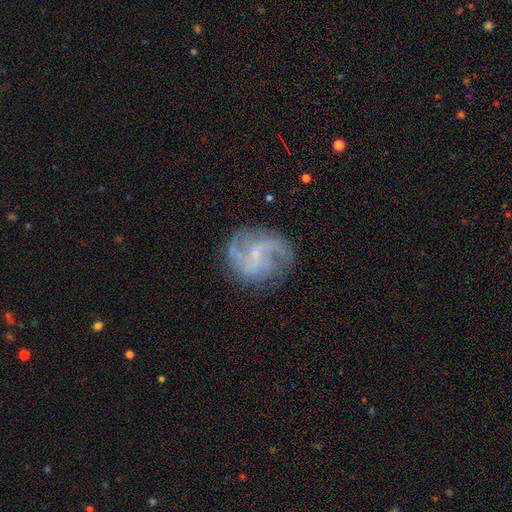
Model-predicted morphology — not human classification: A featured or disk galaxy (79%) with a weak bar (50%), 2 (57%) loose (45%) spiral arms (92%) and a small central bulge (52%).

Vote fractions:
- Smooth or featured? featured or disk: 79% / smooth: 13% / star or artifact: 8%
- Edge-on disk? no: 98% / yes: 2%
- Bar? weak: 50% / no: 37% / strong: 14%
- Spiral arms? yes: 92% / no: 8%
- Spiral winding? loose: 45% / medium: 40% / tight: 16%
- Spiral arm count? 2: 57% / can't tell: 17% / 3: 13% / 1: 5% / 4: 4% / more than 4: 4%
- Bulge size? small: 52% / none: 33% / moderate: 12% / large: 1% / dominant: 1%
- Merging? none: 73% / minor disturbance: 16% / major disturbance: 9% / merger: 2%